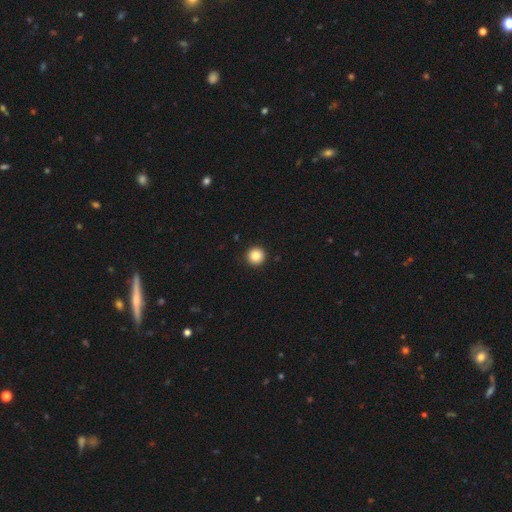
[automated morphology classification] Overall: smooth (86%). How rounded: round (96%). Merging: none (93%).